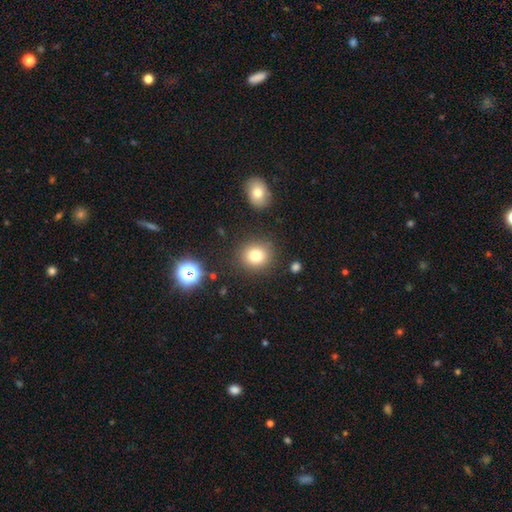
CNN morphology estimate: Smooth or featured? Predicted: smooth (p=0.79). How rounded? Predicted: round (p=0.84). Merging? Predicted: none (p=0.86).